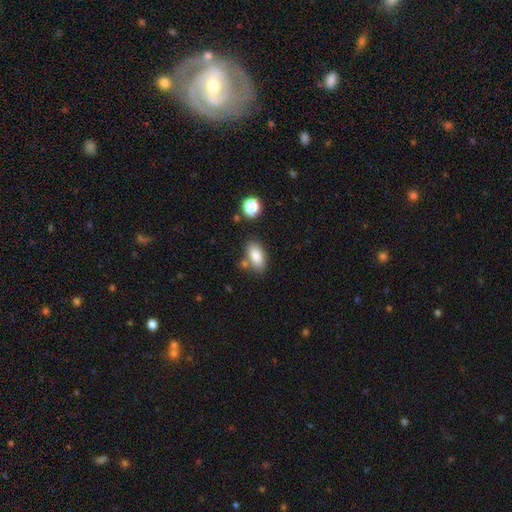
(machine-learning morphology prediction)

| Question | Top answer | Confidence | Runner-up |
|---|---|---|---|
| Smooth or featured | smooth | 83% | featured or disk (8%) |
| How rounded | in between | 91% | round (5%) |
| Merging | none | 73% | minor disturbance (14%) |